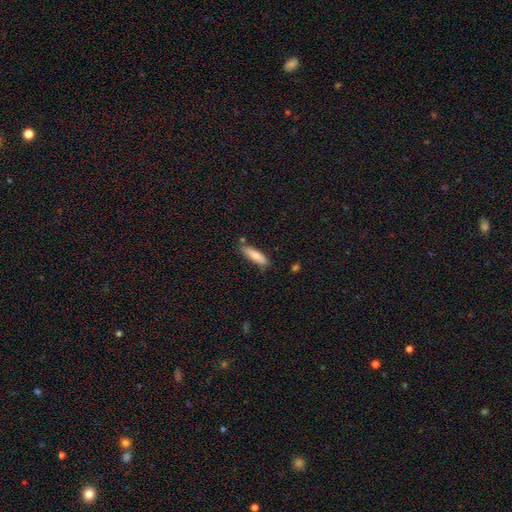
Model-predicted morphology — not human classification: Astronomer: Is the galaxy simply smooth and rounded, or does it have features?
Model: smooth — 79%.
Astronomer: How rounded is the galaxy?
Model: cigar-shaped — 66%.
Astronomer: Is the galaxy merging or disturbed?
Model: none — 76%.